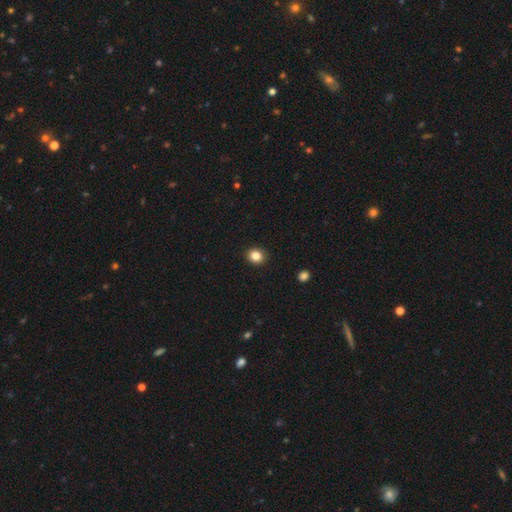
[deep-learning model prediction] A smooth galaxy with no disk features (85%) that is round (70%).

Vote fractions:
- Smooth or featured? smooth: 85% / star or artifact: 11% / featured or disk: 5%
- How rounded? round: 70% / in between: 29% / cigar-shaped: 1%
- Merging? none: 92% / minor disturbance: 6% / major disturbance: 2% / merger: 1%